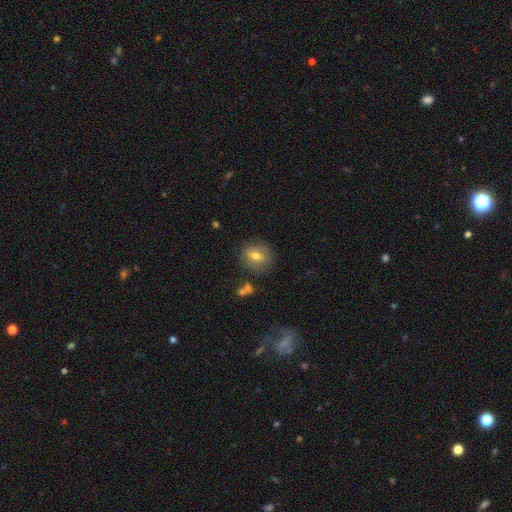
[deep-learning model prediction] The model was most divided on "smooth or featured": smooth: 69%, featured or disk: 21%, star or artifact: 10%. More confident: merging — none (80%); how rounded — round (74%).